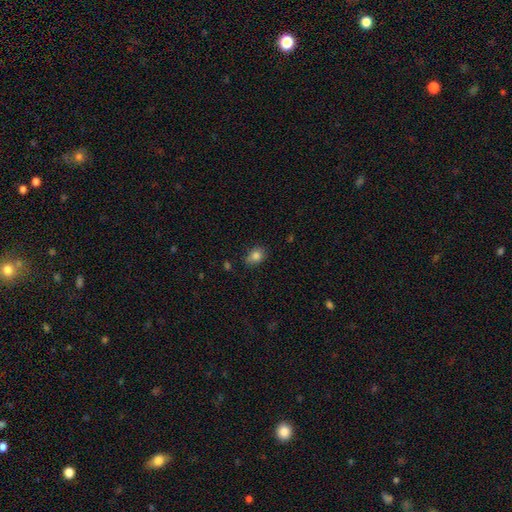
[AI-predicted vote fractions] Q: Smooth or featured?
A: smooth (83%); runner-up: star or artifact (10%)
Q: How rounded?
A: in between (58%); runner-up: round (40%)
Q: Merging?
A: none (73%); runner-up: minor disturbance (21%)